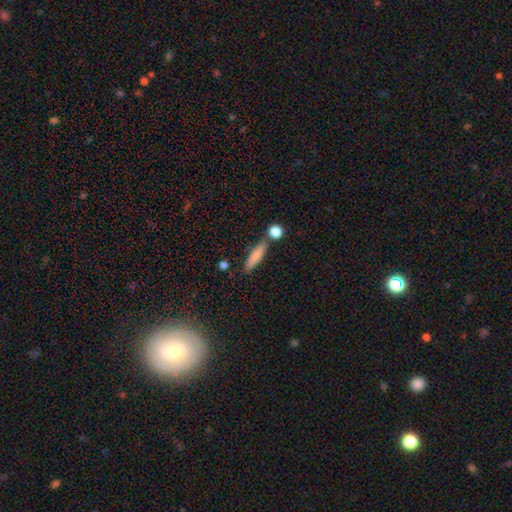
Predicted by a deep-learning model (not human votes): A smooth galaxy with no disk features (79%) that is cigar-shaped (76%).

Vote fractions:
- Smooth or featured? smooth: 79% / featured or disk: 15% / star or artifact: 7%
- How rounded? cigar-shaped: 76% / in between: 21% / round: 3%
- Merging? none: 73% / minor disturbance: 12% / merger: 11% / major disturbance: 3%